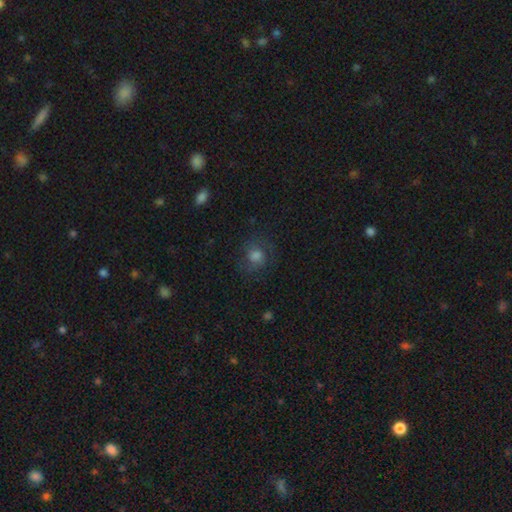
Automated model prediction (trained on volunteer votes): Smooth or featured?
  - smooth: 49% *
  - featured or disk: 33%
  - star or artifact: 18%
Merging?
  - none: 69% *
  - minor disturbance: 18%
  - major disturbance: 12%
  - merger: 1%